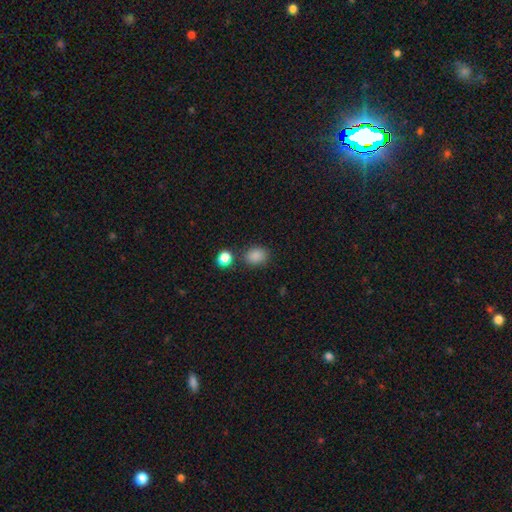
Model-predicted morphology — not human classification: Q: Smooth or featured?
A: smooth (84%); runner-up: star or artifact (12%)
Q: How rounded?
A: in between (62%); runner-up: round (37%)
Q: Merging?
A: none (78%); runner-up: minor disturbance (12%)